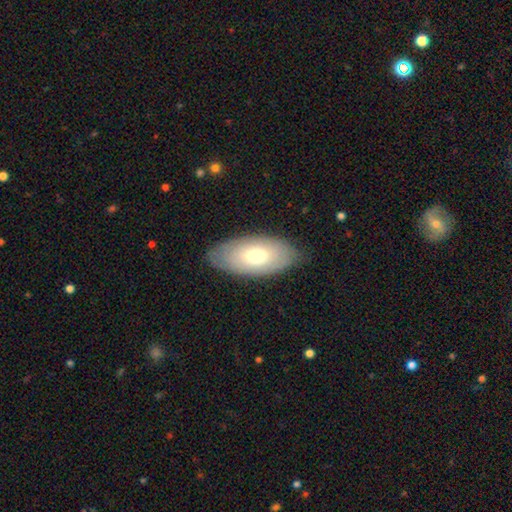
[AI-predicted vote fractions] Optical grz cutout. It shows a smooth galaxy with no disk features (66%) that is in between round and cigar-shaped (93%). Merging: none (80%).